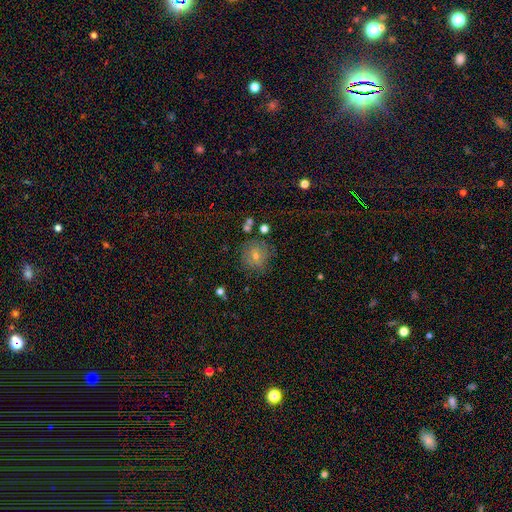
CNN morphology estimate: The model was most divided on "smooth or featured": smooth: 49%, star or artifact: 27%, featured or disk: 25%. More confident: merging — none (80%).